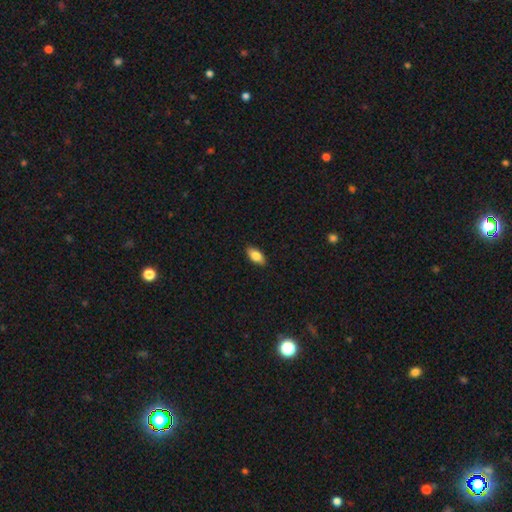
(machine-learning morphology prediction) smooth 81%, featured or disk 12%, star or artifact 7%. Down the decision tree: how rounded — in between (90%); merging — none (89%).